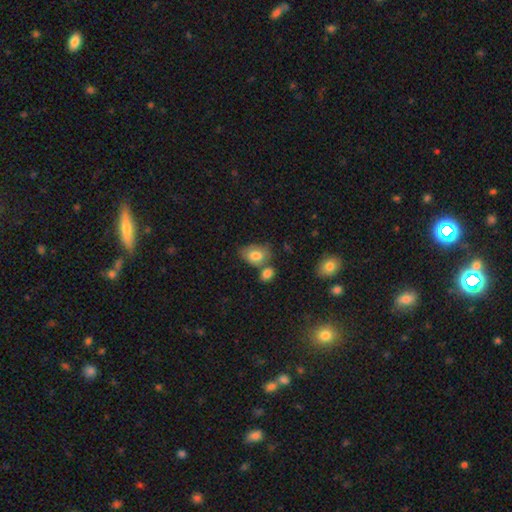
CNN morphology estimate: type=smooth (78%); roundness=in between (78%); merging=none (49%).